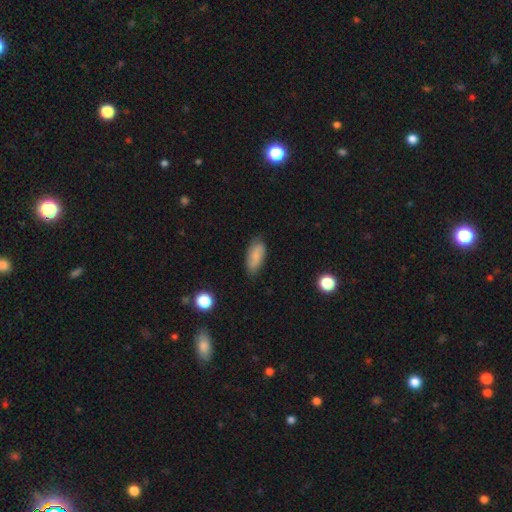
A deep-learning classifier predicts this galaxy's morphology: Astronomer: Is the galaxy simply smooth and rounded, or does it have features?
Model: smooth — 75%.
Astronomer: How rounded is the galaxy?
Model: in between — 86%.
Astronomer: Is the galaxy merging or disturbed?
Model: none — 78%.